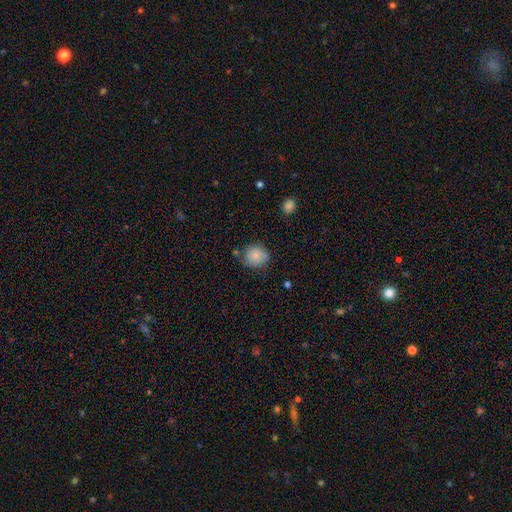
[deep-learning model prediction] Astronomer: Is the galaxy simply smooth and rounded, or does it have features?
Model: smooth — 82%.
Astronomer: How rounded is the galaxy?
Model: round — 78%.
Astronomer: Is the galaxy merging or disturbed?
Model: none — 71%.